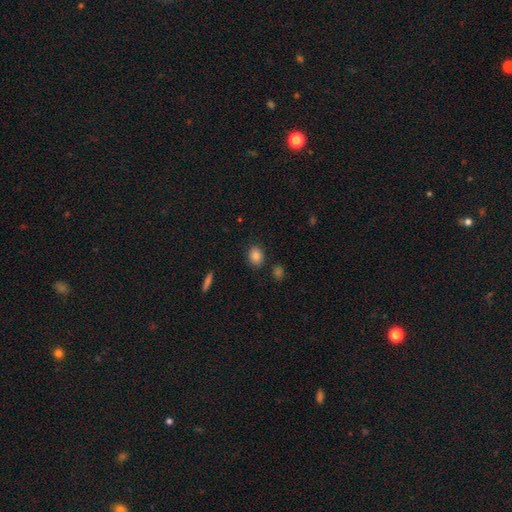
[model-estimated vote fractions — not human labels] A smooth galaxy with no disk features (85%) that is in between round and cigar-shaped (57%).

Vote fractions:
- Smooth or featured? smooth: 85% / star or artifact: 9% / featured or disk: 6%
- How rounded? in between: 57% / round: 41% / cigar-shaped: 1%
- Merging? none: 84% / minor disturbance: 10% / merger: 3% / major disturbance: 3%